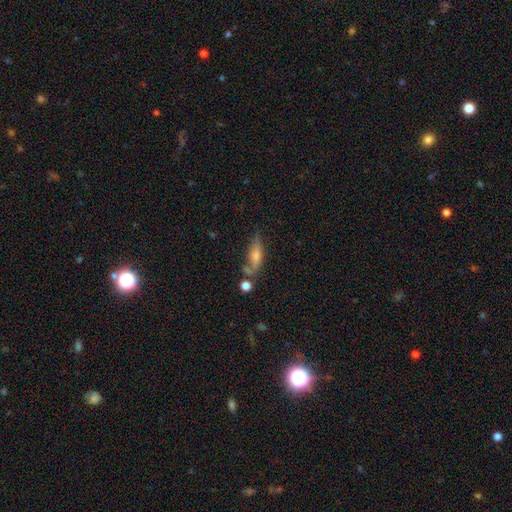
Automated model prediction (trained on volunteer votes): Smooth or featured?
  - smooth: 48% *
  - featured or disk: 41%
  - star or artifact: 11%
Merging?
  - none: 55% *
  - minor disturbance: 23%
  - merger: 12%
  - major disturbance: 9%